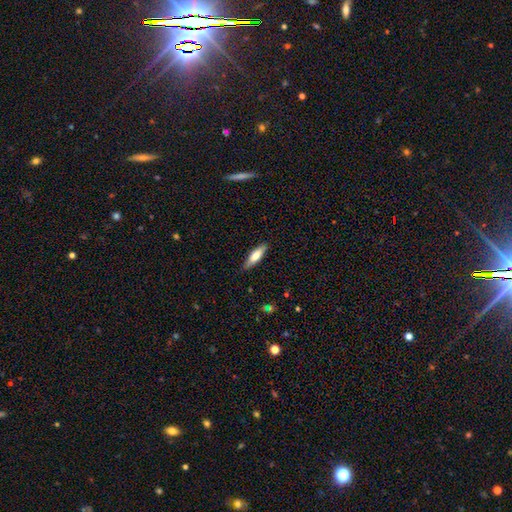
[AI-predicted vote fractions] Q: Smooth or featured?
A: smooth (71%); runner-up: featured or disk (23%)
Q: How rounded?
A: cigar-shaped (60%); runner-up: in between (38%)
Q: Merging?
A: none (84%); runner-up: minor disturbance (13%)